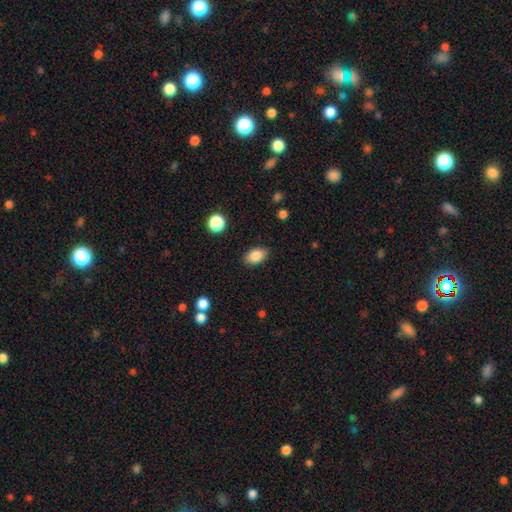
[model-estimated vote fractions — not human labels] A smooth galaxy with no disk features (87%) that is in between round and cigar-shaped (88%). Merging: none (87%).